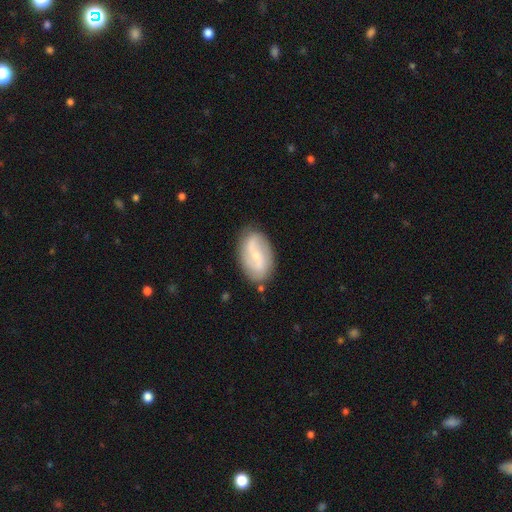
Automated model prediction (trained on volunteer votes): A featured or disk galaxy (70%) with a weak bar (45%), 2 (89%) loose (63%) spiral arms (88%) and a small central bulge (71%). Merging: none (82%).